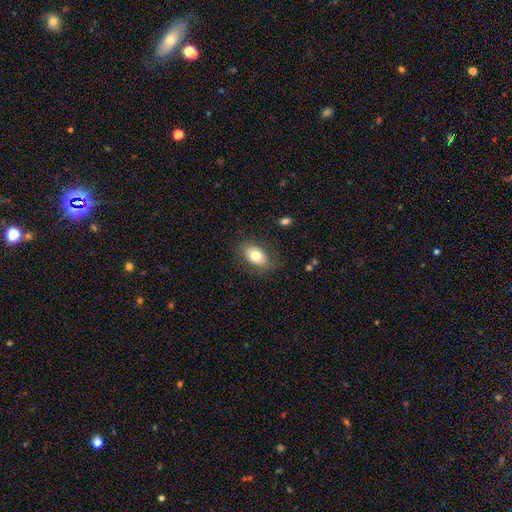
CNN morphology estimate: smooth 76%, featured or disk 17%, star or artifact 8%. Down the decision tree: how rounded — in between (88%); merging — none (81%).